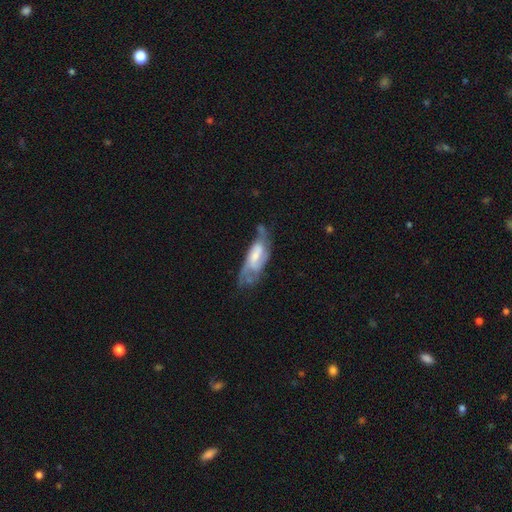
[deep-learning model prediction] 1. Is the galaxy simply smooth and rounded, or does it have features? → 64% featured or disk, 29% smooth, 6% star or artifact.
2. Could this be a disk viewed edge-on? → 85% no, 15% yes.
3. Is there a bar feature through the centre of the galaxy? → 45% no, 39% weak, 16% strong.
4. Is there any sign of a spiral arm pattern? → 80% yes, 20% no.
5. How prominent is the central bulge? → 36% moderate, 30% small, 17% large, 16% none, 2% dominant.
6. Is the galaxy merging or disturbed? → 39% none, 29% minor disturbance, 26% major disturbance, 6% merger.